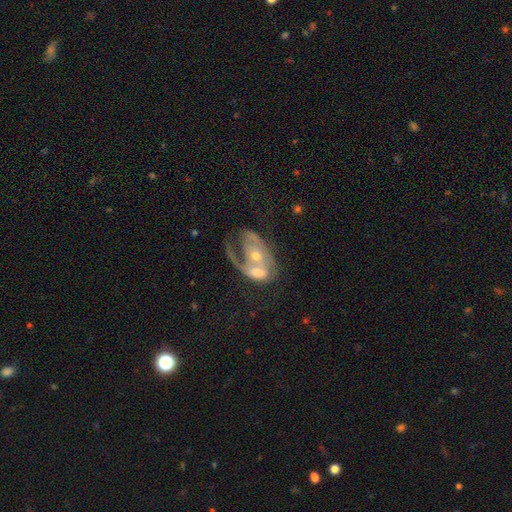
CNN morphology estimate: This is likely a featured or disk galaxy (61%). It is clearly not viewed edge-on (95%). Bar: likely no (71%). Spiral arm pattern: possibly yes (59%). Central bulge: possibly moderate (58%). Merging: likely merger (69%).